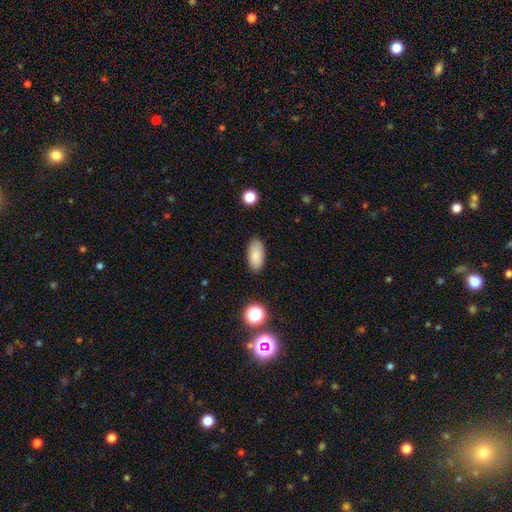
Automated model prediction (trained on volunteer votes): Smooth or featured?
  - smooth: 86% *
  - star or artifact: 8%
  - featured or disk: 6%
How rounded?
  - in between: 90% *
  - cigar-shaped: 7%
  - round: 3%
Merging?
  - none: 86% *
  - minor disturbance: 10%
  - major disturbance: 2%
  - merger: 1%